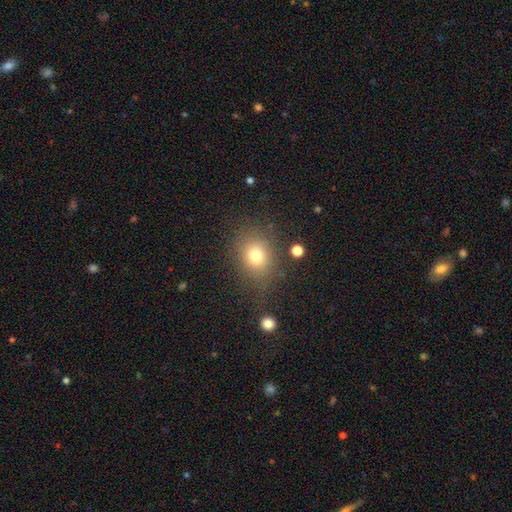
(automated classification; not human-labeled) Q: Smooth or featured?
A: smooth (75%); runner-up: star or artifact (15%)
Q: How rounded?
A: round (60%); runner-up: in between (39%)
Q: Merging?
A: none (75%); runner-up: minor disturbance (15%)